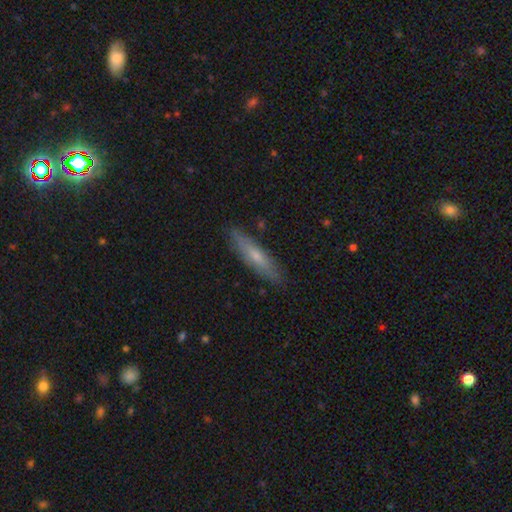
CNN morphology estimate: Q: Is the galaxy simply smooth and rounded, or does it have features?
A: smooth — 52%.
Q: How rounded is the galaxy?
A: cigar-shaped — 83%.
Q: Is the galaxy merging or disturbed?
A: none — 86%.